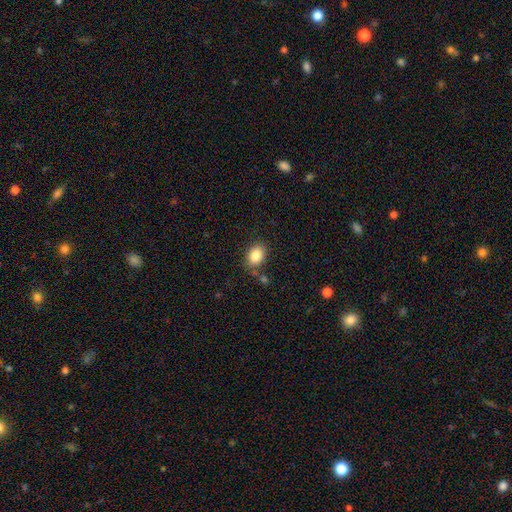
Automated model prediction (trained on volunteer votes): The model was most divided on "how rounded": in between: 75%, round: 24%, cigar-shaped: 1%. More confident: smooth or featured — smooth (85%); merging — none (77%).